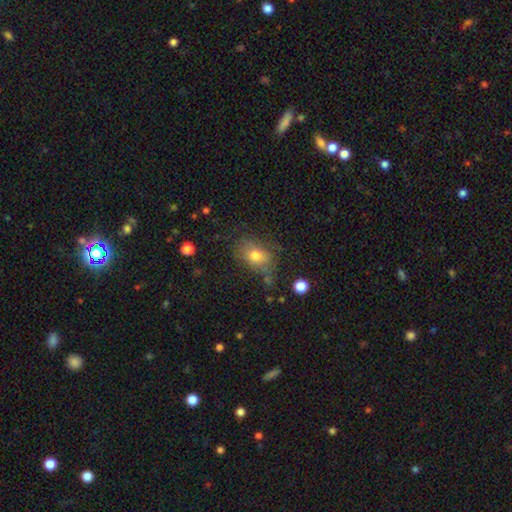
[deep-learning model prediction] A smooth galaxy with no disk features (69%) that is in between round and cigar-shaped (71%). Merging: none (57%).